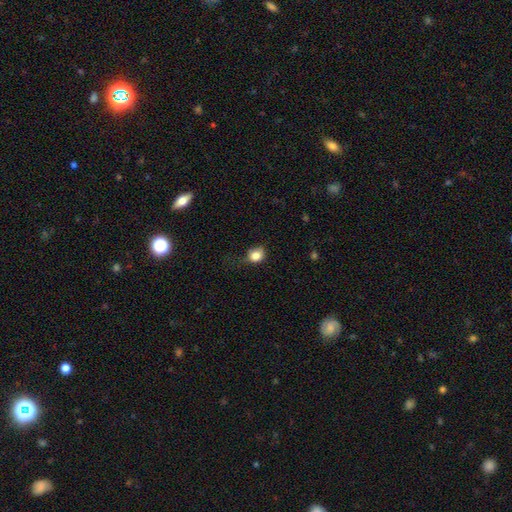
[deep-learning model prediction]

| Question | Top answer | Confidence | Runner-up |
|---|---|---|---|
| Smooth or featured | smooth | 83% | star or artifact (10%) |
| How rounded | round | 66% | in between (33%) |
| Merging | none | 50% | minor disturbance (33%) |